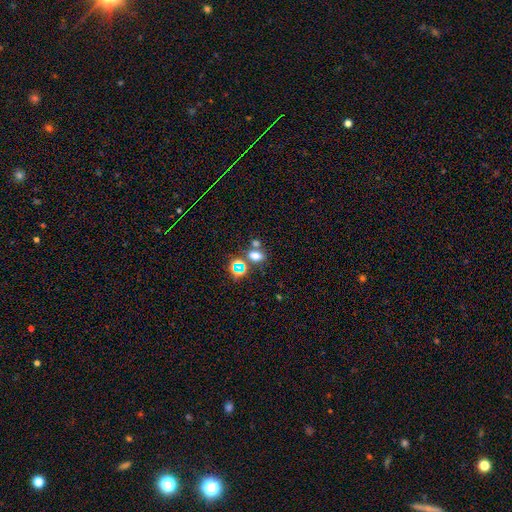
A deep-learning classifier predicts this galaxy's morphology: type=smooth (65%); roundness=in between (70%); merging=none (57%).